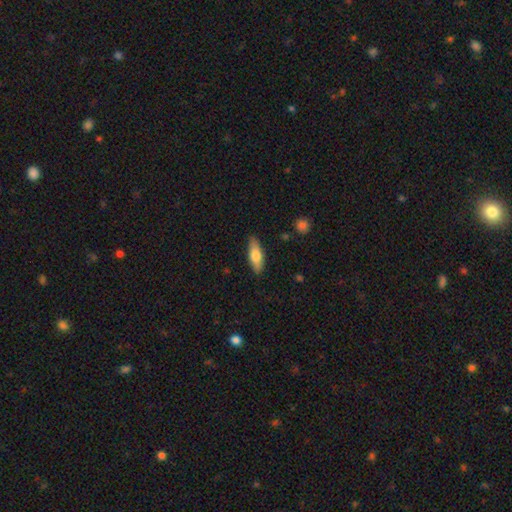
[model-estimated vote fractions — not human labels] Smooth or featured? smooth (70%)
How rounded? in between (62%)
Merging? none (86%)